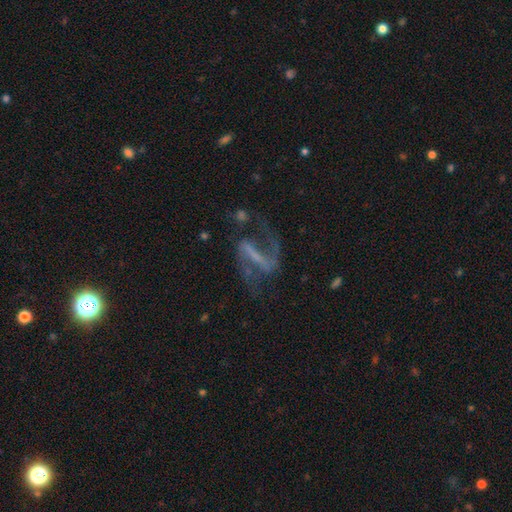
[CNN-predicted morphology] featured or disk 86%, star or artifact 8%, smooth 7%. Down the decision tree: edge-on disk — no (95%); bar — strong (69%); spiral arms — yes (92%); spiral arm count — 2 (89%); spiral winding — loose (56%); bulge size — none (54%); merging — none (64%).